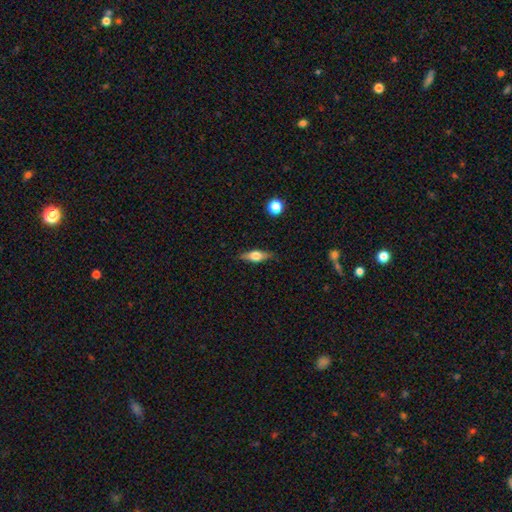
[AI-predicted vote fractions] Q: Smooth or featured?
A: featured or disk (47%); runner-up: smooth (46%)
Q: Merging?
A: none (85%); runner-up: minor disturbance (12%)